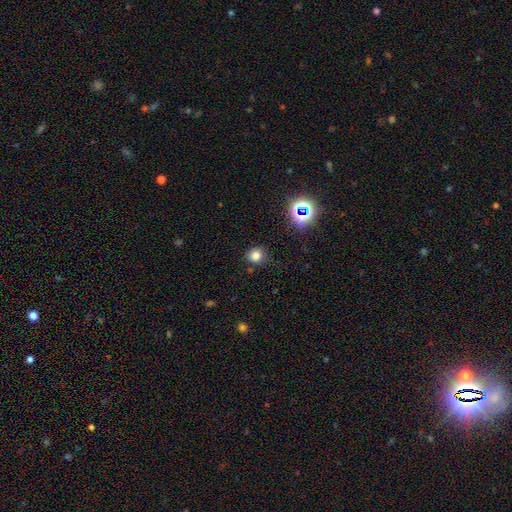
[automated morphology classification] This is likely a smooth galaxy (76%). How rounded: clearly round (85%). Merging: likely none (78%).